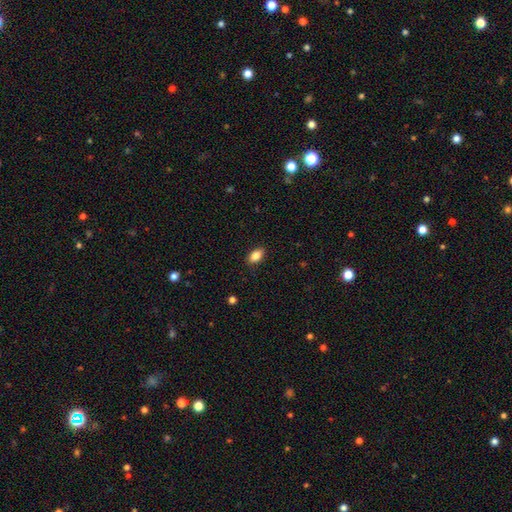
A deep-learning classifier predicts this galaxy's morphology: Smooth or featured? Predicted: smooth (p=0.85). How rounded? Predicted: in between (p=0.90). Merging? Predicted: none (p=0.88).